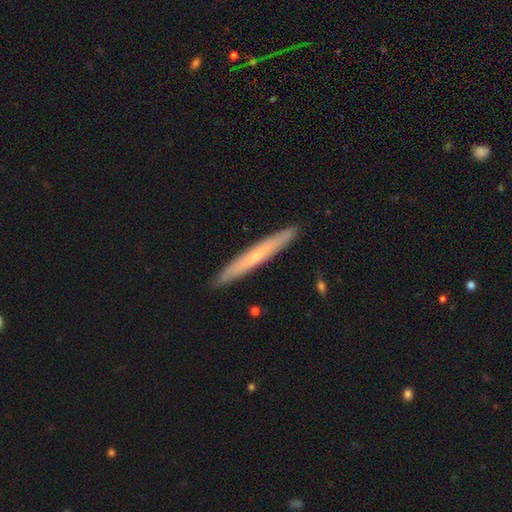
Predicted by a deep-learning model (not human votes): Smooth or featured? Predicted: featured or disk (p=0.49). Merging? Predicted: none (p=0.92).